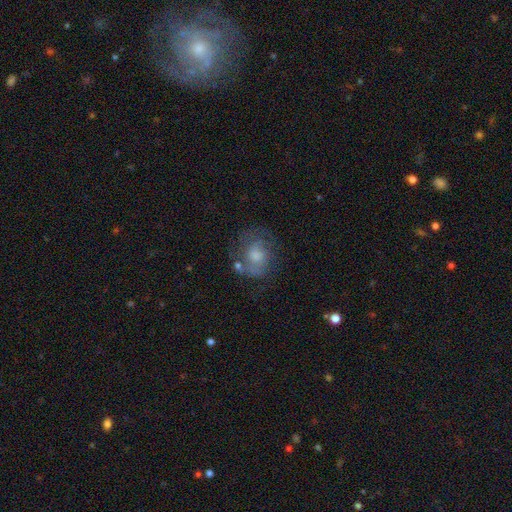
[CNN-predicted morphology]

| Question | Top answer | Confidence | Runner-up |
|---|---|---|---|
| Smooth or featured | featured or disk | 52% | smooth (35%) |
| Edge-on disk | no | 97% | yes (3%) |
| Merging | none | 62% | minor disturbance (20%) |